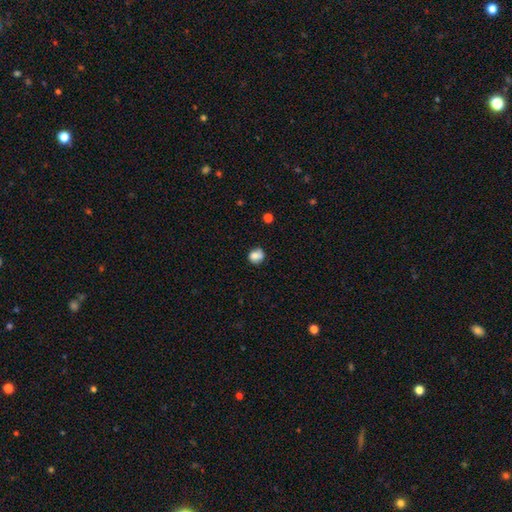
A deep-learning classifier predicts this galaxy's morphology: Smooth or featured? smooth (75%)
How rounded? round (74%)
Merging? none (51%)